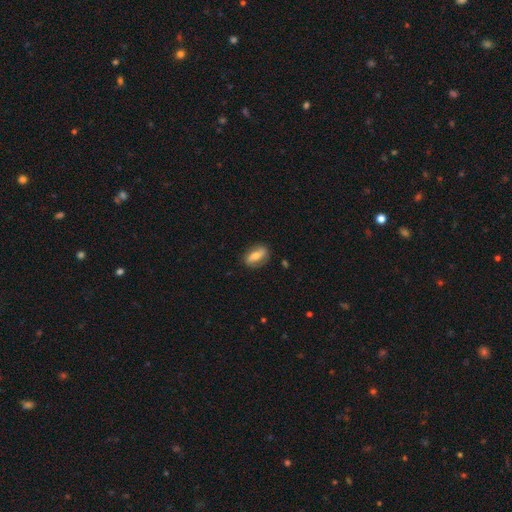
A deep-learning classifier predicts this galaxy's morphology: Q: Smooth or featured?
A: smooth (47%); runner-up: featured or disk (46%)
Q: Merging?
A: none (81%); runner-up: minor disturbance (14%)